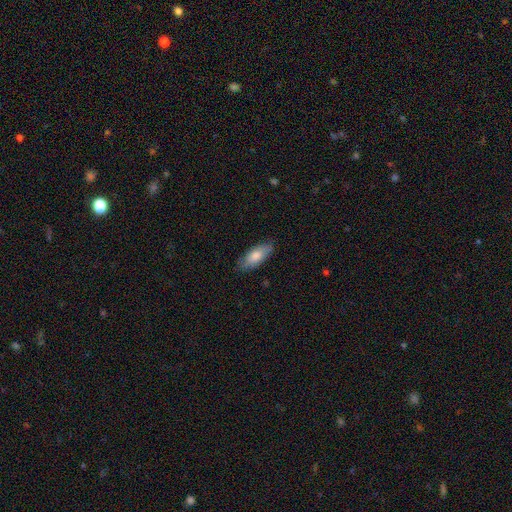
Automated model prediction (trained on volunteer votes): This appears to be a smooth galaxy with no disk features (77%) that is in between round and cigar-shaped (80%). Merging: none (82%).